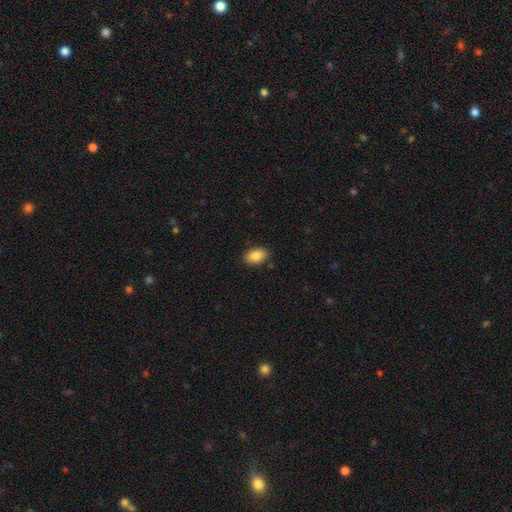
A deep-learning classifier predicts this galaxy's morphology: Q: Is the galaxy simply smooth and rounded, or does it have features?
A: smooth — 87%.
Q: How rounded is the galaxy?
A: in between — 89%.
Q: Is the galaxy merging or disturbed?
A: none — 87%.